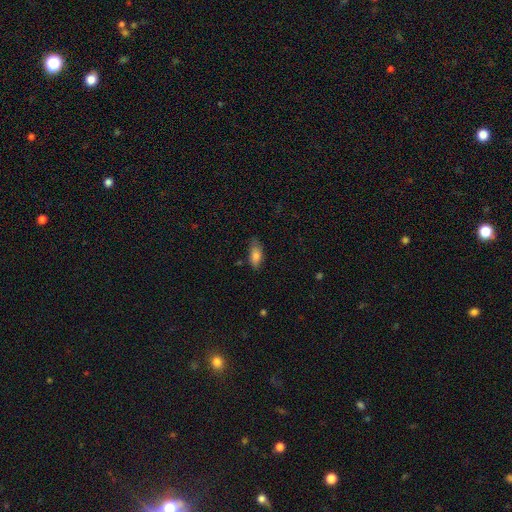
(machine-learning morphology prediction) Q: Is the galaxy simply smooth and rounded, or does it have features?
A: smooth — 81%.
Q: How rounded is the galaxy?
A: in between — 84%.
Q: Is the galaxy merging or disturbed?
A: none — 63%.